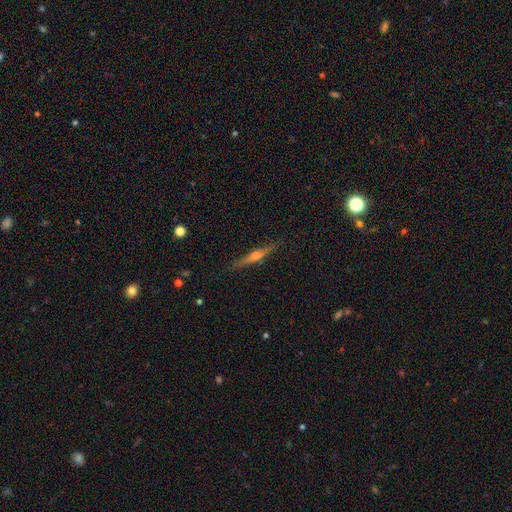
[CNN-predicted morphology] A featured or disk galaxy (73%) viewed edge-on (98%) with a rounded central bulge (87%).

Vote fractions:
- Smooth or featured? featured or disk: 73% / smooth: 20% / star or artifact: 7%
- Edge-on disk? yes: 98% / no: 2%
- Edge-on bulge? rounded: 87% / none: 7% / boxy: 6%
- Merging? none: 89% / minor disturbance: 8% / major disturbance: 2% / merger: 1%